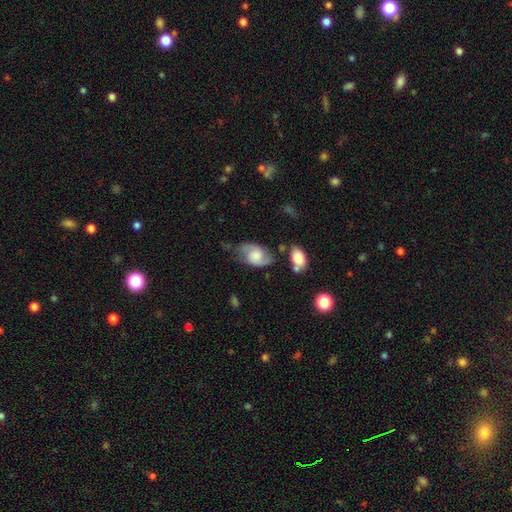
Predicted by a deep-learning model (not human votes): smooth-or-featured: featured or disk: 58% | smooth: 35% | star or artifact: 7%
  disk-edge-on: no: 95% | yes: 5%
    bar: no: 62% | weak: 32% | strong: 6%
    has-spiral-arms: yes: 87% | no: 13%
    bulge-size: moderate: 33% | large: 29% | small: 19% | none: 14% | dominant: 4%
  merging: none: 54% | minor disturbance: 28% | major disturbance: 11% | merger: 6%